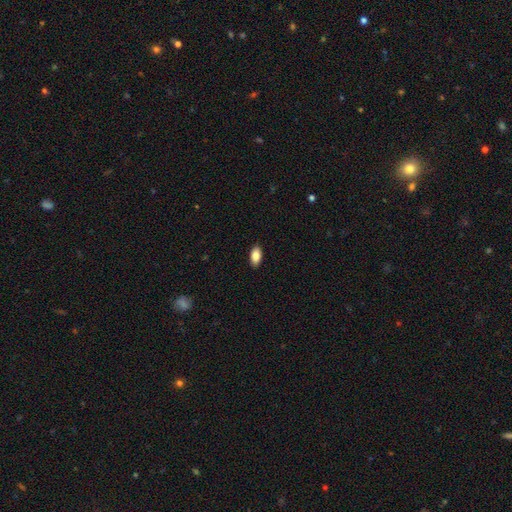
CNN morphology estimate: smooth_or_featured: smooth (p=0.88) [alt: star or artifact p=0.07]
how_rounded: in between (p=0.93) [alt: cigar-shaped p=0.04]
merging: none (p=0.89) [alt: minor disturbance p=0.08]